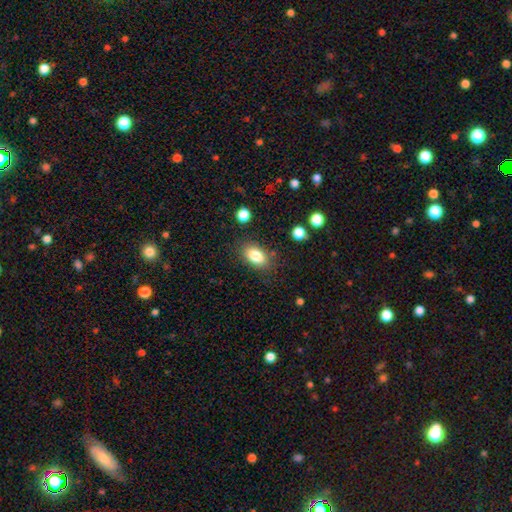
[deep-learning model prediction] Morphology: type=smooth (83%); roundness=in between (88%); merging=none (82%).